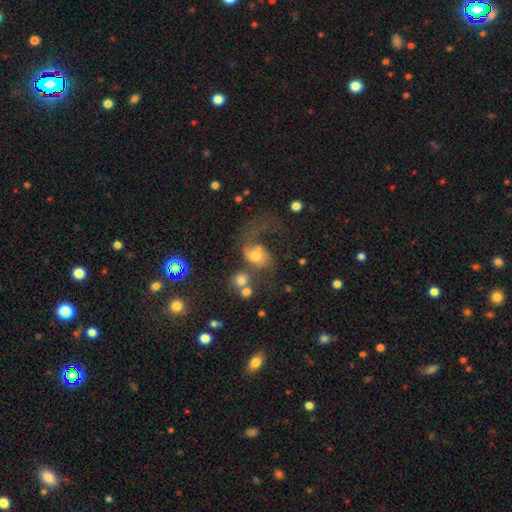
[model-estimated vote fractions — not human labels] The model was most divided on "smooth or featured": smooth: 44%, featured or disk: 41%, star or artifact: 15%. Remaining: merging — major disturbance (37%).